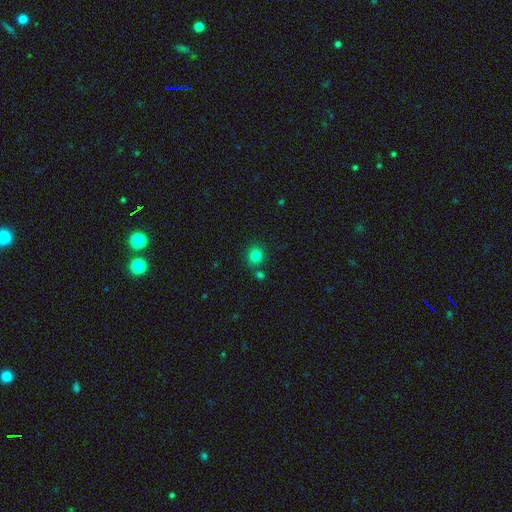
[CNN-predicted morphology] This appears to be a smooth galaxy with no disk features (82%) that is round (86%). Merging: none (78%).